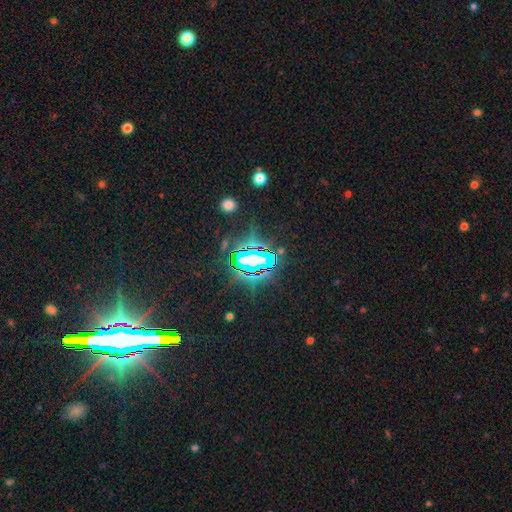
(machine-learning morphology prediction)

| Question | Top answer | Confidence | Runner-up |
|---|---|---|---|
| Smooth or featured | star or artifact | 76% | smooth (12%) |